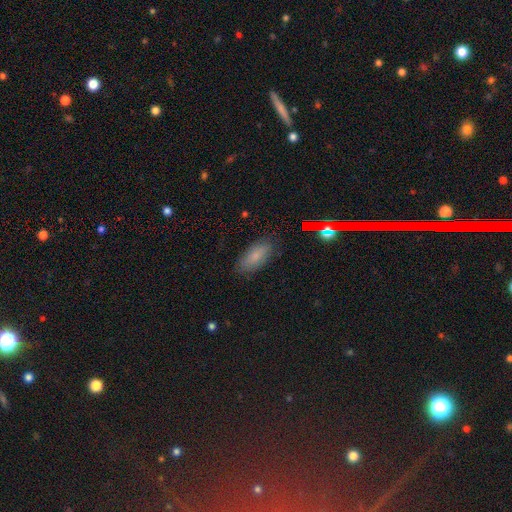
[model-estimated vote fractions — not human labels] Smooth or featured? Predicted: smooth (p=0.74). How rounded? Predicted: in between (p=0.87). Merging? Predicted: none (p=0.83).